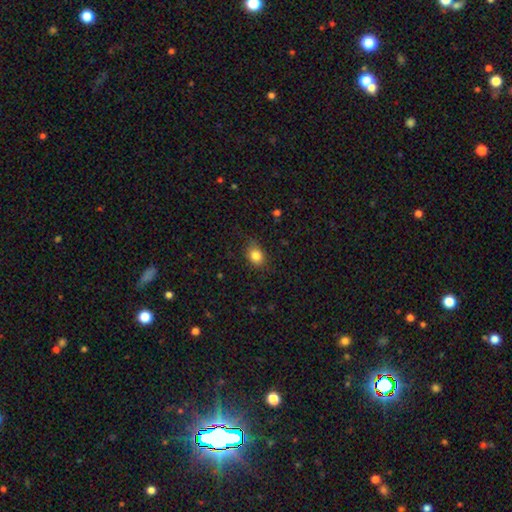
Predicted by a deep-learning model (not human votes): Q: Smooth or featured?
A: smooth (83%); runner-up: star or artifact (10%)
Q: How rounded?
A: in between (53%); runner-up: round (46%)
Q: Merging?
A: none (79%); runner-up: minor disturbance (16%)